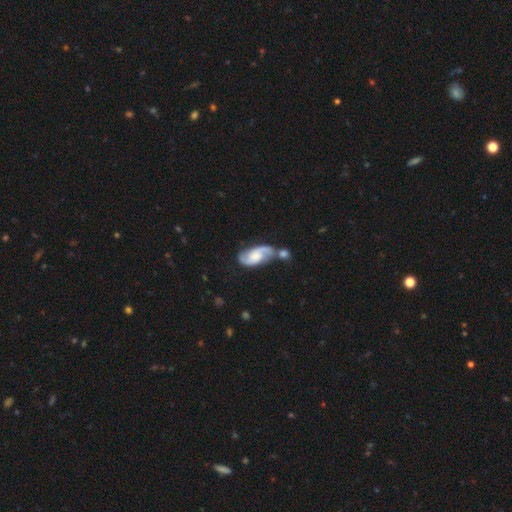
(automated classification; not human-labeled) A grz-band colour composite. It shows a featured or disk galaxy (81%) with no bar (56%), 2 (92%) medium (46%) spiral arms (96%) and a moderate central bulge (36%). Merging: none (40%).